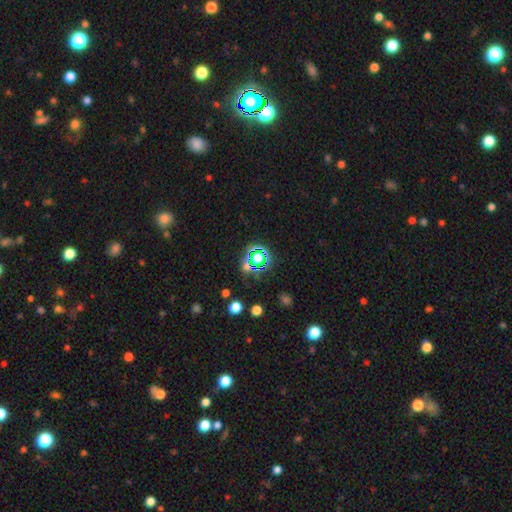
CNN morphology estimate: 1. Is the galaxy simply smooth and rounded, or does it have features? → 55% star or artifact, 35% smooth, 10% featured or disk.